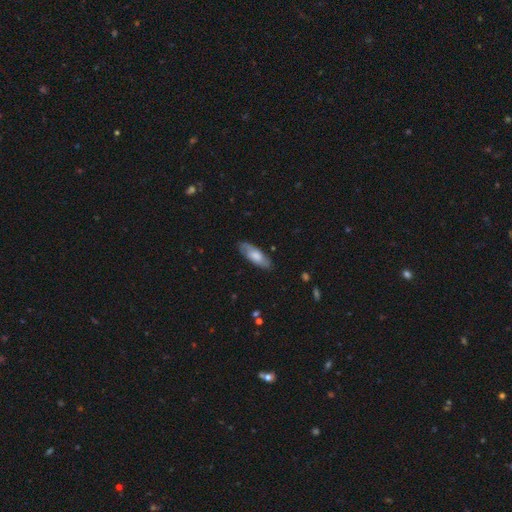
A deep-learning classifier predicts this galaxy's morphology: Smooth or featured?
  - smooth: 59% *
  - featured or disk: 35%
  - star or artifact: 6%
How rounded?
  - in between: 68% *
  - cigar-shaped: 30%
  - round: 2%
Merging?
  - none: 81% *
  - minor disturbance: 15%
  - major disturbance: 3%
  - merger: 1%